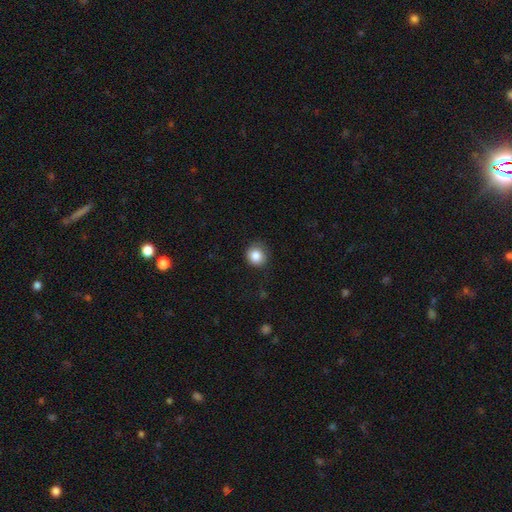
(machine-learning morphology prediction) Q: Smooth or featured?
A: smooth (84%); runner-up: star or artifact (10%)
Q: How rounded?
A: round (87%); runner-up: in between (12%)
Q: Merging?
A: none (79%); runner-up: minor disturbance (15%)